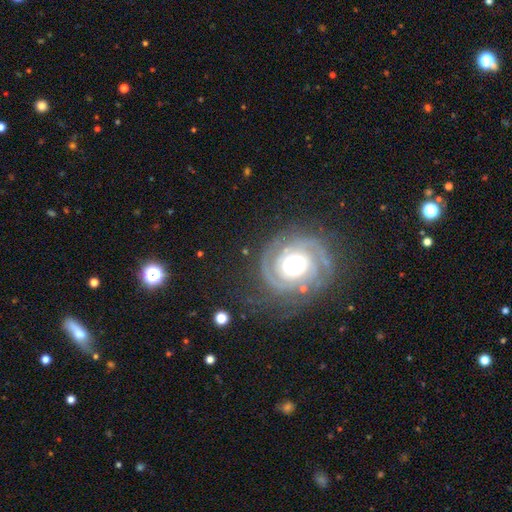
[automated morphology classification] A featured or disk galaxy (85%) with no bar (62%), 2 (60%) tight (69%) spiral arms (95%) and a moderate central bulge (55%).

Vote fractions:
- Smooth or featured? featured or disk: 85% / smooth: 8% / star or artifact: 7%
- Edge-on disk? no: 97% / yes: 3%
- Bar? no: 62% / weak: 26% / strong: 12%
- Spiral arms? yes: 95% / no: 5%
- Spiral winding? tight: 69% / medium: 26% / loose: 5%
- Spiral arm count? 2: 60% / can't tell: 14% / 3: 13% / 1: 5% / 4: 5% / more than 4: 4%
- Bulge size? moderate: 55% / large: 31% / small: 9% / dominant: 4% / none: 1%
- Merging? none: 77% / minor disturbance: 14% / major disturbance: 8% / merger: 2%